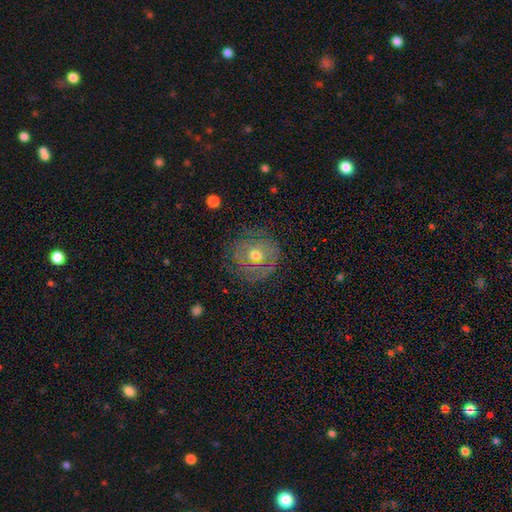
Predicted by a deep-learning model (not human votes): Smooth or featured?
  - featured or disk: 50% *
  - smooth: 39%
  - star or artifact: 11%
Merging?
  - none: 73% *
  - minor disturbance: 17%
  - major disturbance: 8%
  - merger: 1%